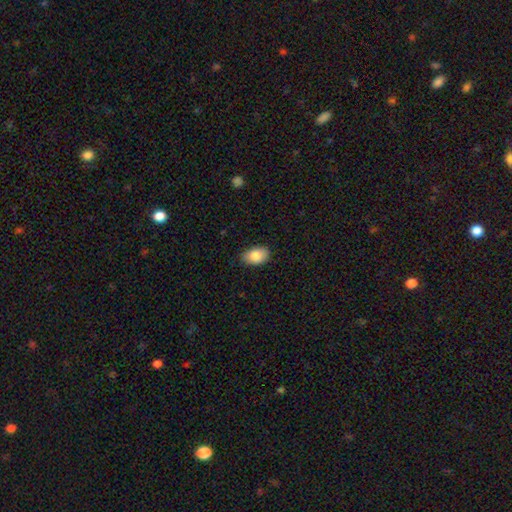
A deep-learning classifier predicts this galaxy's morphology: The model was most divided on "merging": none: 82%, minor disturbance: 15%, major disturbance: 2%, merger: 1%. More confident: how rounded — in between (89%); smooth or featured — smooth (85%).